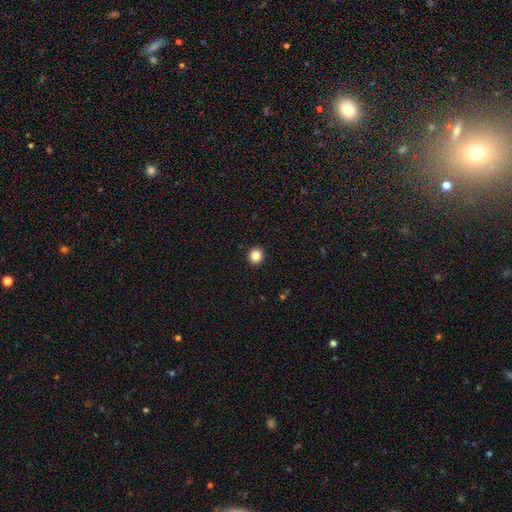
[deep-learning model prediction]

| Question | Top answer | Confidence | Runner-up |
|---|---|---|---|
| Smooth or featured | smooth | 86% | star or artifact (10%) |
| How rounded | round | 81% | in between (18%) |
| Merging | none | 92% | minor disturbance (5%) |